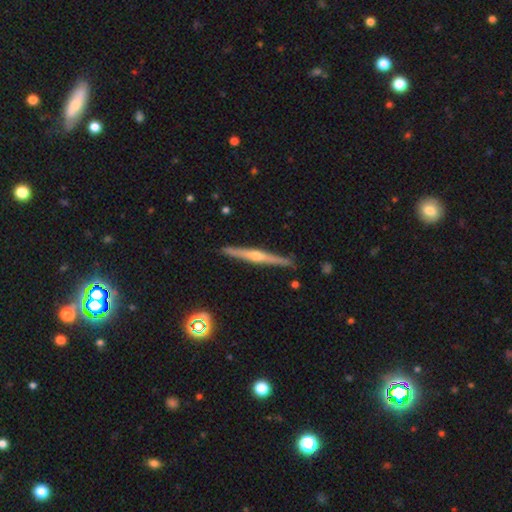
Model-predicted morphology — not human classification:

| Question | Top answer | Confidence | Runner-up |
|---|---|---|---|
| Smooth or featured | featured or disk | 79% | smooth (15%) |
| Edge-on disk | yes | 98% | no (2%) |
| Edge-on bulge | rounded | 88% | none (8%) |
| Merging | none | 92% | minor disturbance (6%) |